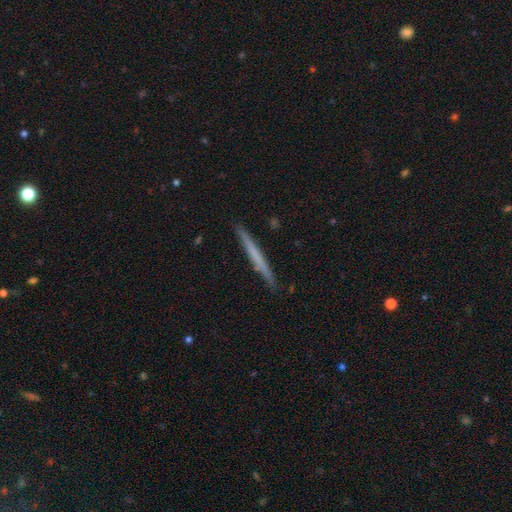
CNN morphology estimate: Smooth or featured: smooth — 52% (featured or disk — 42%)
How rounded: cigar-shaped — 97% (in between — 2%)
Merging: none — 91% (minor disturbance — 7%)